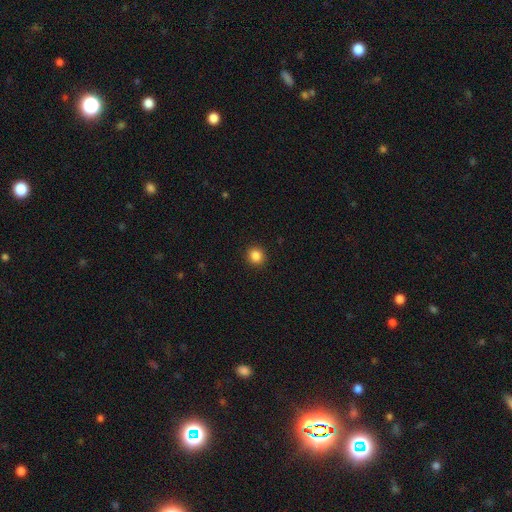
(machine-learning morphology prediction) type=smooth (85%); roundness=round (92%); merging=none (93%).